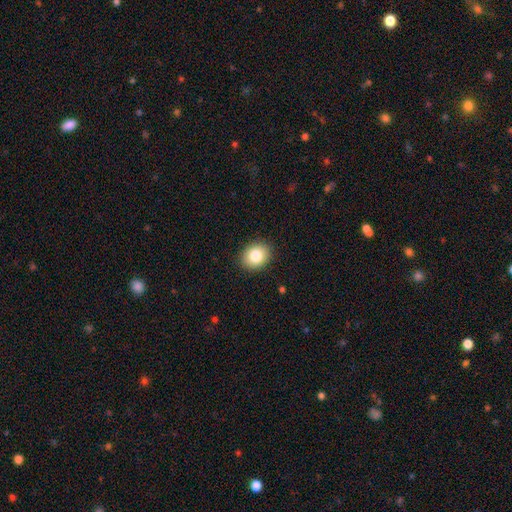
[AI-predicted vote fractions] smooth-or-featured: smooth: 83% | star or artifact: 9% | featured or disk: 8%
  how-rounded: in between: 50% | round: 49% | cigar-shaped: 1%
  merging: none: 90% | minor disturbance: 7% | major disturbance: 2% | merger: 1%